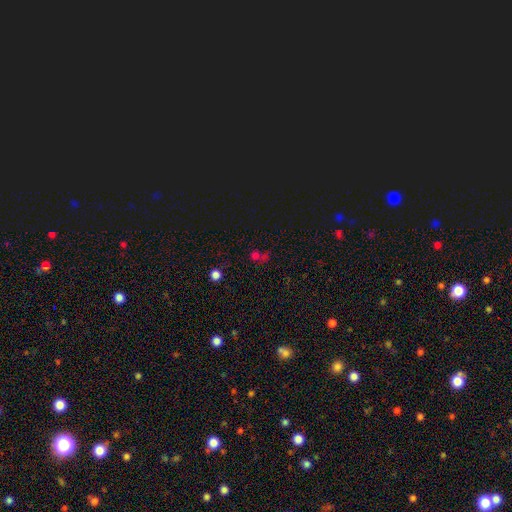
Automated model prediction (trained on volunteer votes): This appears to be a star or artifact, not a galaxy (47%).